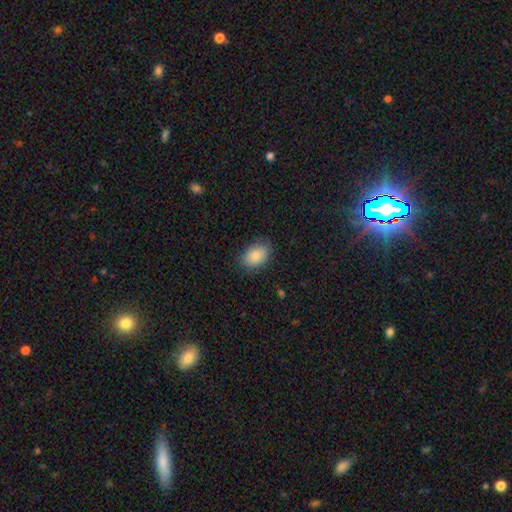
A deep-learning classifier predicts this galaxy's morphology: A smooth galaxy with no disk features (86%) that is in between round and cigar-shaped (82%).

Vote fractions:
- Smooth or featured? smooth: 86% / star or artifact: 7% / featured or disk: 7%
- How rounded? in between: 82% / round: 17% / cigar-shaped: 1%
- Merging? none: 80% / minor disturbance: 15% / major disturbance: 4% / merger: 1%